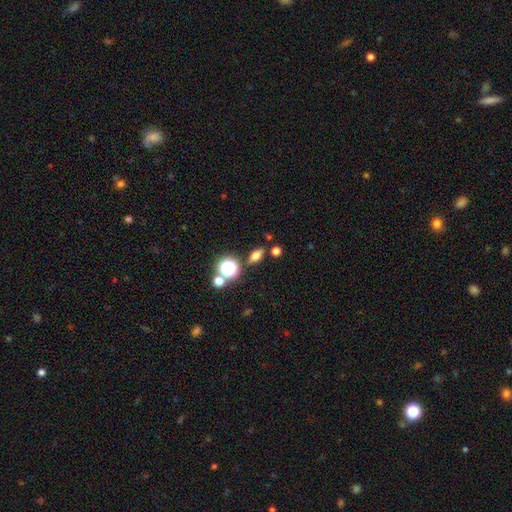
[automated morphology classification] Smooth or featured?
  - smooth: 64% *
  - star or artifact: 19%
  - featured or disk: 16%
How rounded?
  - in between: 67% *
  - round: 21%
  - cigar-shaped: 11%
Merging?
  - none: 81% *
  - minor disturbance: 10%
  - merger: 6%
  - major disturbance: 3%